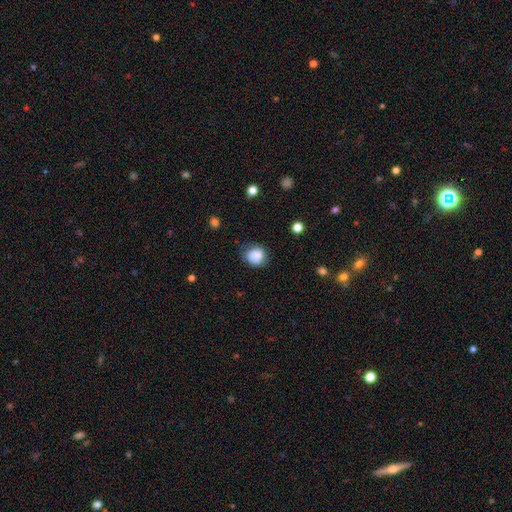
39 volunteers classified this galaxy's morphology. Q: Smooth or featured?
A: smooth (95%); runner-up: star or artifact (5%)
Q: How rounded?
A: round (76%); runner-up: in between (24%)
Q: Merging?
A: none (70%); runner-up: minor disturbance (22%)